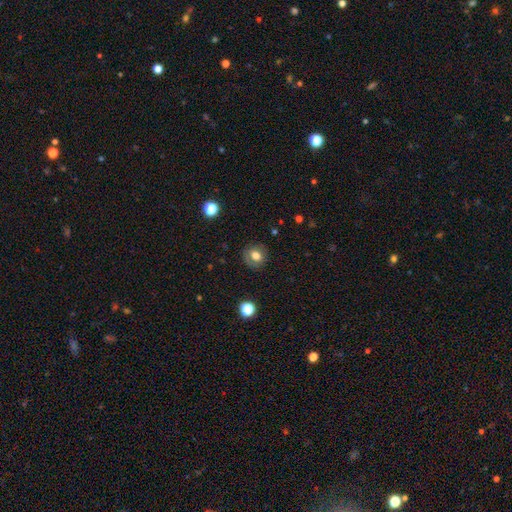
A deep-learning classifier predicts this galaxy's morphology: Overall: smooth (71%). How rounded: round (70%). Merging: none (81%).